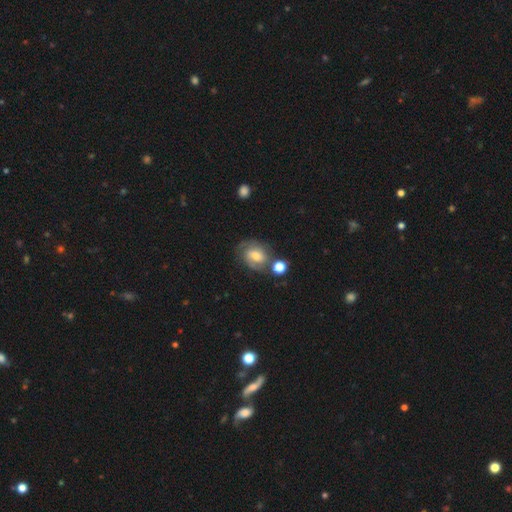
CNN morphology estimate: type=featured or disk (57%); edge-on=no (97%); bar=weak (46%); spiral arms=yes (87%); bulge=moderate (50%); merging=none (61%).